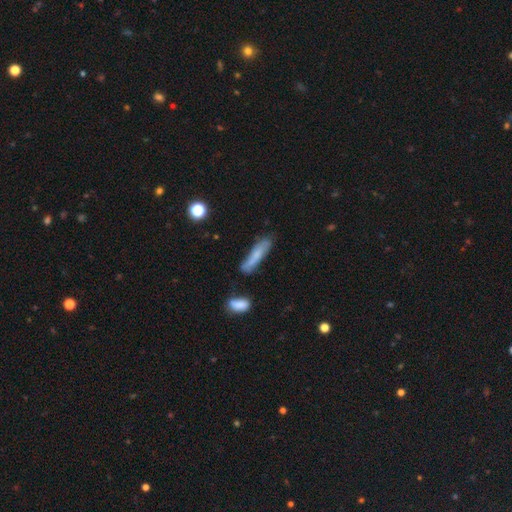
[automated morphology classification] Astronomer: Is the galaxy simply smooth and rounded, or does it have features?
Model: smooth — 65%.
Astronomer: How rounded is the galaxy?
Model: cigar-shaped — 79%.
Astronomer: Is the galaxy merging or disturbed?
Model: none — 62%.